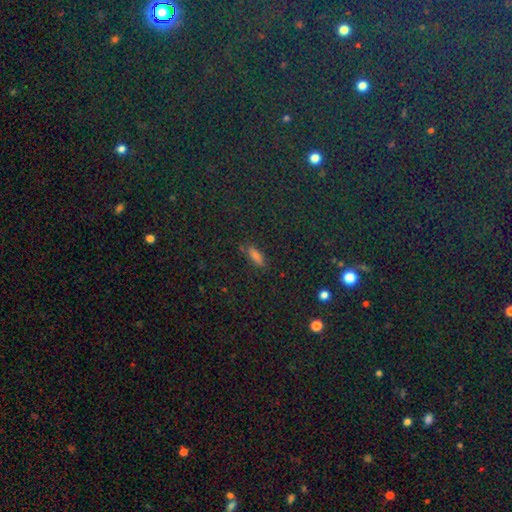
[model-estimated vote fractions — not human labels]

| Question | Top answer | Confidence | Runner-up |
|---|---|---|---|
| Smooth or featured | smooth | 46% | star or artifact (41%) |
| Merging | none | 84% | minor disturbance (9%) |